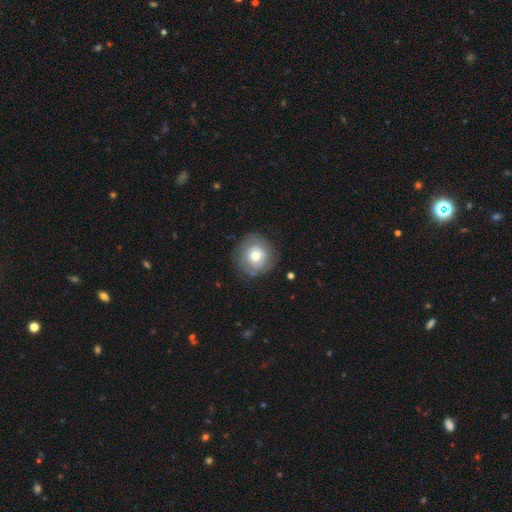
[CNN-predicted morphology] This appears to be a smooth galaxy with no disk features (55%) that is round (92%). Merging: none (77%).